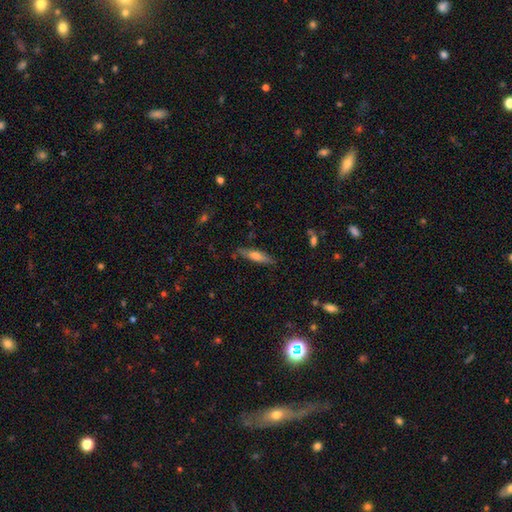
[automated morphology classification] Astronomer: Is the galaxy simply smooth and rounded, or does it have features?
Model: smooth — 58% (runner-up: featured or disk, 36%).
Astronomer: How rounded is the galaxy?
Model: cigar-shaped — 76%.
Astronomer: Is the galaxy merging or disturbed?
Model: none — 82%.